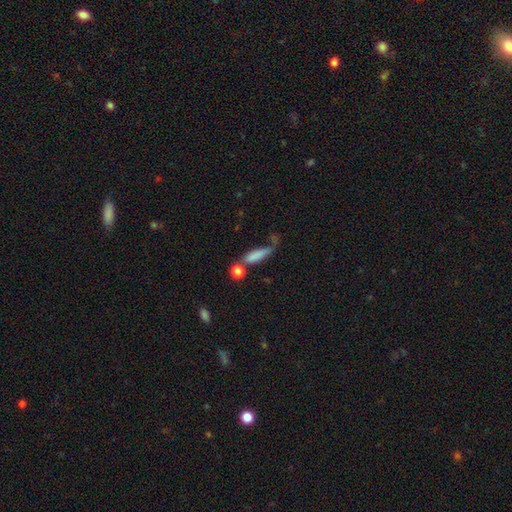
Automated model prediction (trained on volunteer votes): smooth_or_featured: smooth (p=0.75) [alt: featured or disk p=0.16]
how_rounded: cigar-shaped (p=0.61) [alt: in between p=0.33]
merging: none (p=0.44) [alt: merger p=0.21]